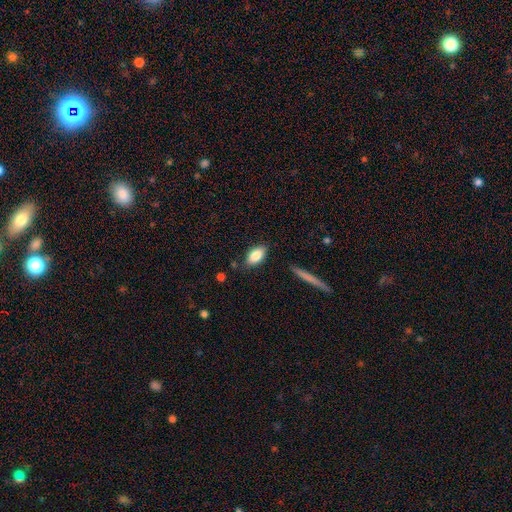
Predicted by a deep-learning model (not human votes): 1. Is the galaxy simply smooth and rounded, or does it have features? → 84% smooth, 9% featured or disk, 7% star or artifact.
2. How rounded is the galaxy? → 90% in between, 5% cigar-shaped, 4% round.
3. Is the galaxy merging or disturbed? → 83% none, 12% minor disturbance, 3% major disturbance, 2% merger.